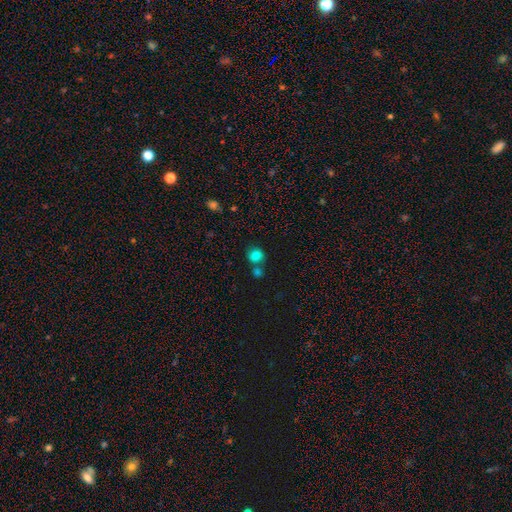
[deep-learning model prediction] A smooth galaxy with no disk features (82%) that is round (83%). Merging: none (60%).